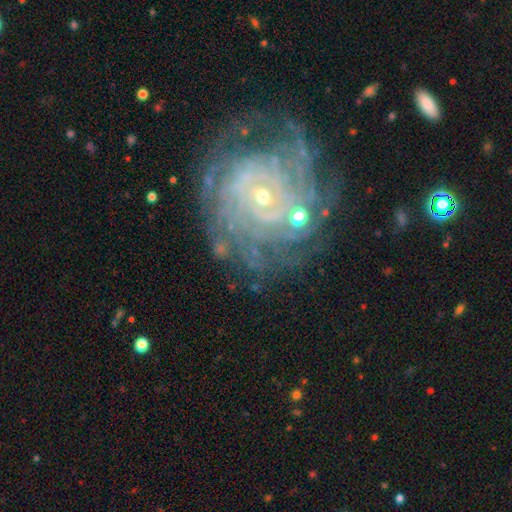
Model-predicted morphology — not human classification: smooth-or-featured: featured or disk: 86% | star or artifact: 8% | smooth: 6%
  disk-edge-on: no: 97% | yes: 3%
    bar: no: 65% | weak: 26% | strong: 9%
    has-spiral-arms: yes: 96% | no: 4%
      spiral-winding: tight: 76% | medium: 19% | loose: 5%
      spiral-arm-count: can't tell: 32% | more than 4: 25% | 4: 16% | 3: 10% | 2: 10% | 1: 7%
    bulge-size: small: 80% | moderate: 16% | none: 2% | large: 1% | dominant: 1%
  merging: none: 71% | minor disturbance: 16% | major disturbance: 10% | merger: 3%